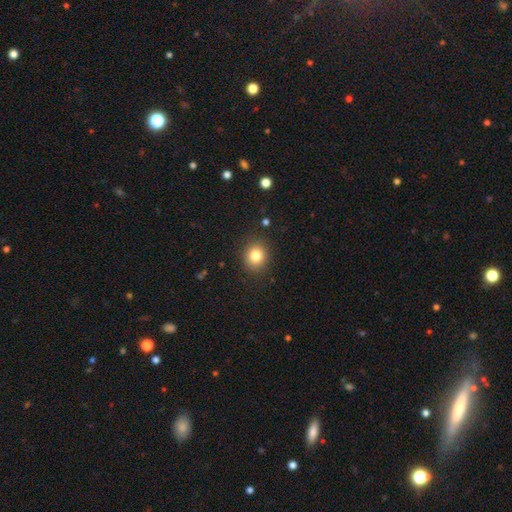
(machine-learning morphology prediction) A smooth galaxy with no disk features (82%) that is round (77%).

Vote fractions:
- Smooth or featured? smooth: 82% / star or artifact: 11% / featured or disk: 7%
- How rounded? round: 77% / in between: 22% / cigar-shaped: 1%
- Merging? none: 88% / minor disturbance: 8% / major disturbance: 3% / merger: 1%